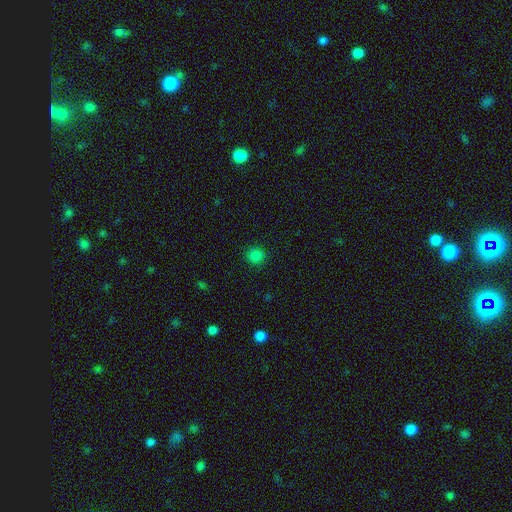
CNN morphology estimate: smooth 82%, star or artifact 15%, featured or disk 3%. Down the decision tree: how rounded — round (90%); merging — none (91%).